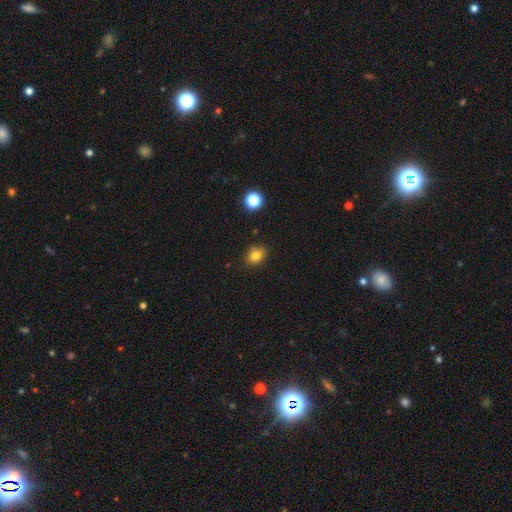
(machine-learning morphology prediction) A smooth galaxy with no disk features (81%) that is round (51%).

Vote fractions:
- Smooth or featured? smooth: 81% / star or artifact: 12% / featured or disk: 7%
- How rounded? round: 51% / in between: 48% / cigar-shaped: 1%
- Merging? none: 83% / minor disturbance: 12% / major disturbance: 2% / merger: 2%